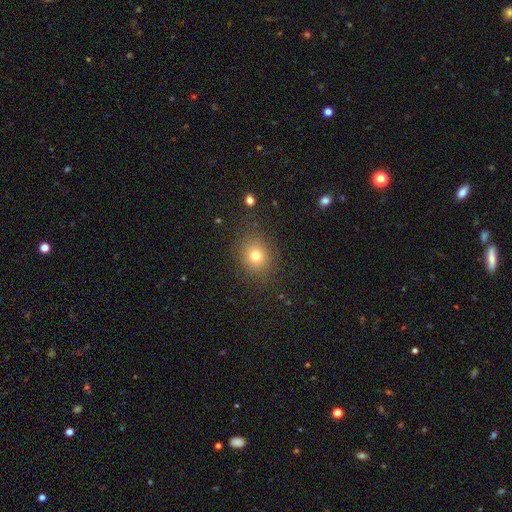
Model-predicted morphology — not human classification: smooth_or_featured: smooth (p=0.77) [alt: star or artifact p=0.14]
how_rounded: round (p=0.71) [alt: in between p=0.28]
merging: none (p=0.85) [alt: minor disturbance p=0.10]